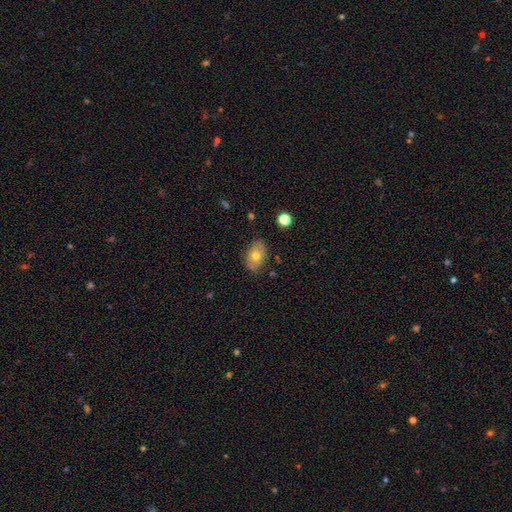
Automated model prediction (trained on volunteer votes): This is likely a smooth galaxy (68%). How rounded: clearly in between (85%). Merging: likely none (80%).